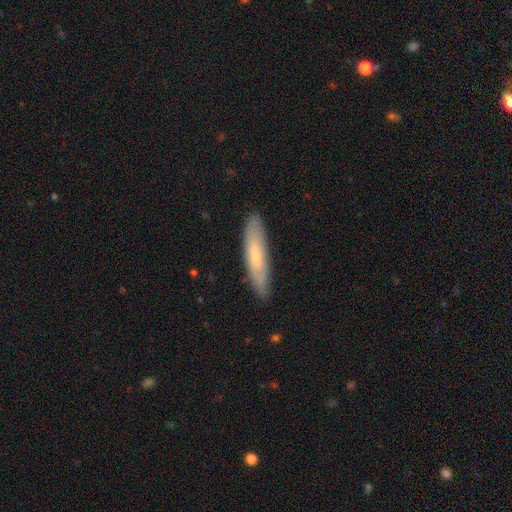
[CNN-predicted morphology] Q: Smooth or featured?
A: smooth (63%); runner-up: featured or disk (31%)
Q: How rounded?
A: cigar-shaped (80%); runner-up: in between (18%)
Q: Merging?
A: none (86%); runner-up: minor disturbance (11%)